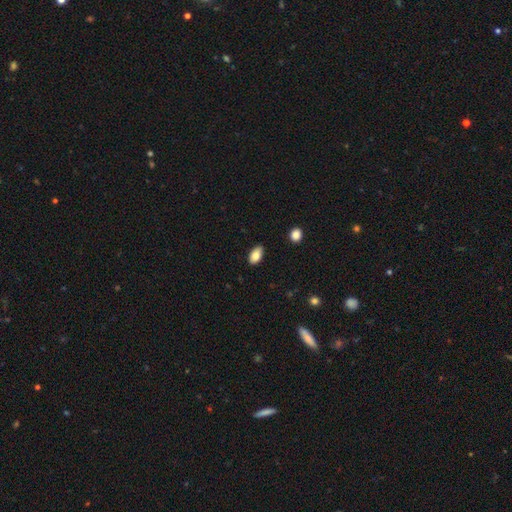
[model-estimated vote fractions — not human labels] Q: Smooth or featured?
A: smooth (84%); runner-up: featured or disk (9%)
Q: How rounded?
A: in between (92%); runner-up: round (5%)
Q: Merging?
A: none (83%); runner-up: minor disturbance (14%)